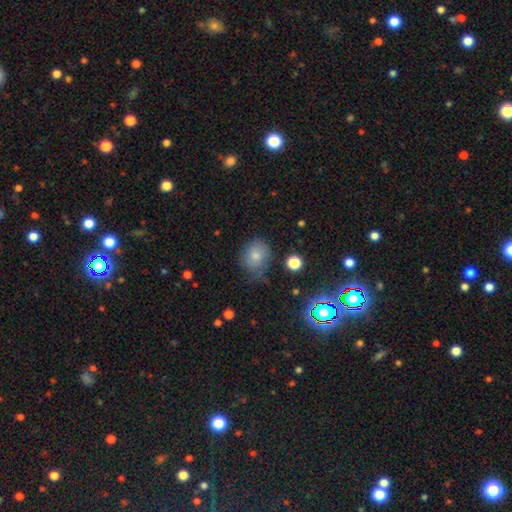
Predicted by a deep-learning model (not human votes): Morphology: type=smooth (76%); roundness=round (59%); merging=none (56%).